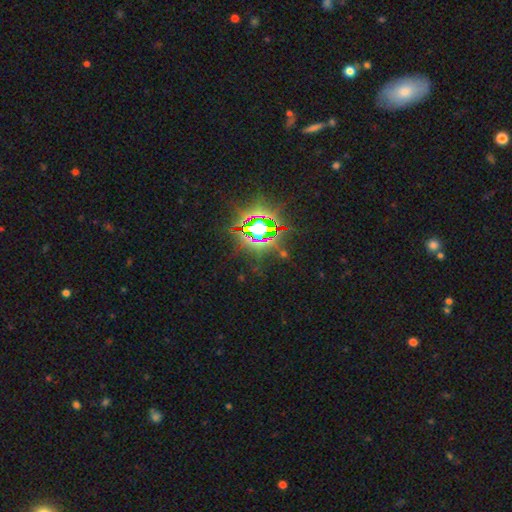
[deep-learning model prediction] Smooth or featured? Predicted: star or artifact (p=0.82).